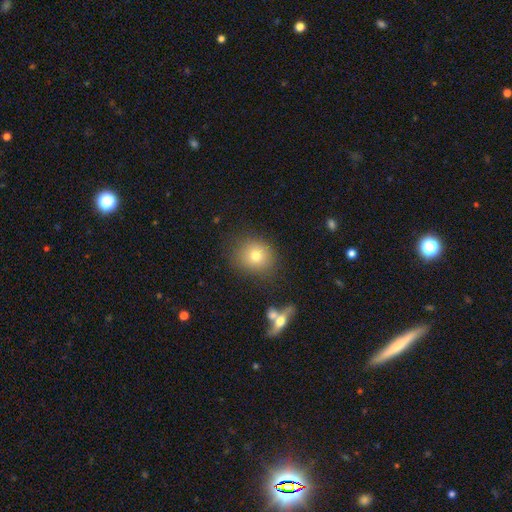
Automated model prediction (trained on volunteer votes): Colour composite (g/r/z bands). It shows a smooth galaxy with no disk features (75%) that is round (80%). Merging: none (81%).